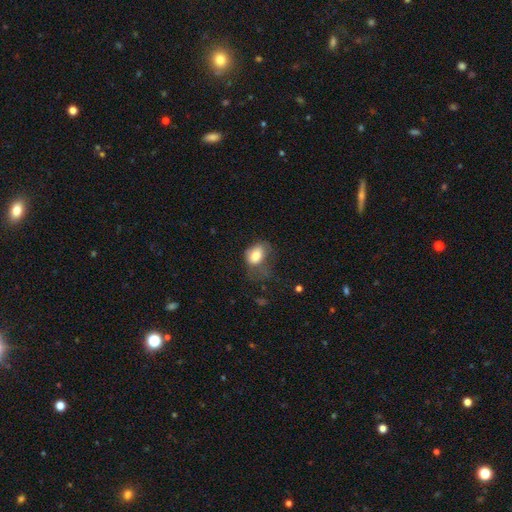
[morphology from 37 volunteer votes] Overall: smooth (92%). How rounded: in between (74%). Merging: major disturbance (54%; minor disturbance 20%).